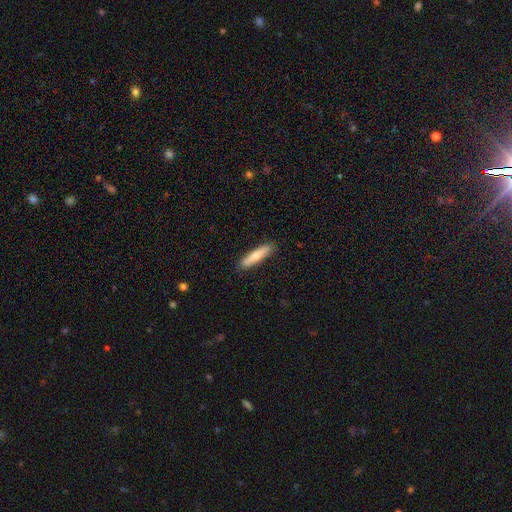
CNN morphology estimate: Smooth or featured? smooth (69%)
How rounded? cigar-shaped (83%)
Merging? none (90%)